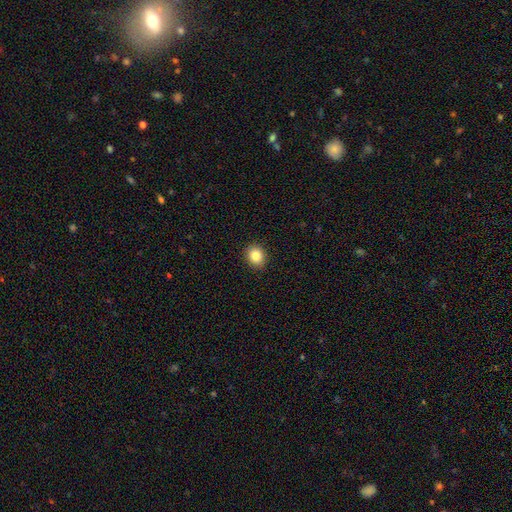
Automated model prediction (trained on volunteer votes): Overall: smooth (85%). How rounded: round (60%; in between 39%). Merging: none (91%).